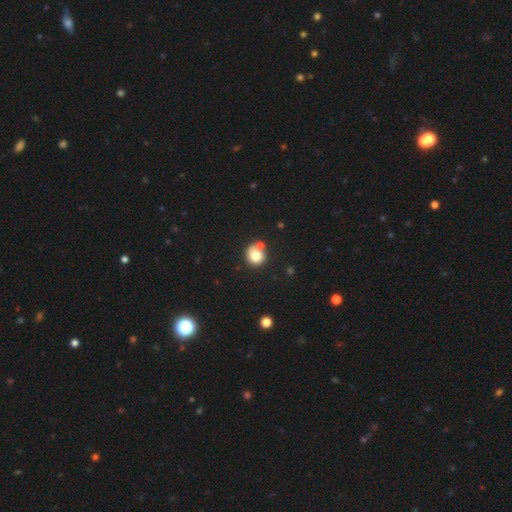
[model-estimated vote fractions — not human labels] Overall: smooth (77%). How rounded: round (86%). Merging: none (54%; merger 26%).